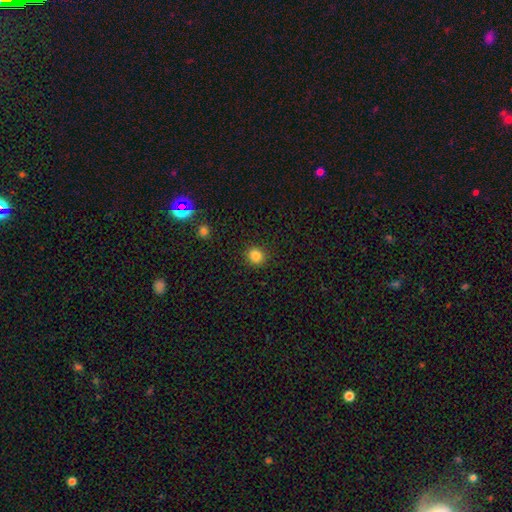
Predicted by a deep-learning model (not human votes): The model was most divided on "how rounded": round: 83%, in between: 16%, cigar-shaped: 1%. More confident: merging — none (91%); smooth or featured — smooth (84%).